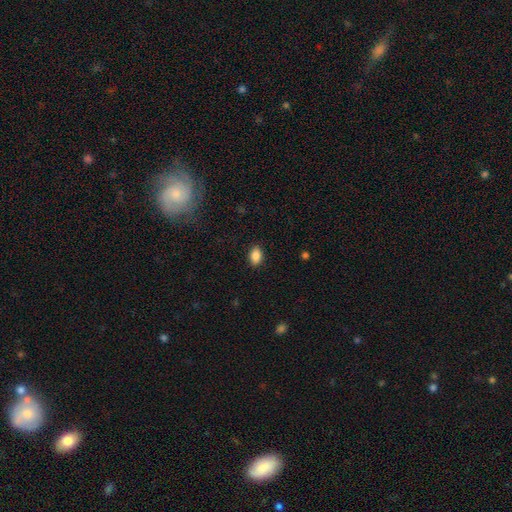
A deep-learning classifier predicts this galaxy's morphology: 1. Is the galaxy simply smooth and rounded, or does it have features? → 88% smooth, 8% star or artifact, 4% featured or disk.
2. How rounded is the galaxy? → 87% in between, 11% round, 2% cigar-shaped.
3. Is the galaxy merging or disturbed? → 88% none, 9% minor disturbance, 2% major disturbance, 1% merger.